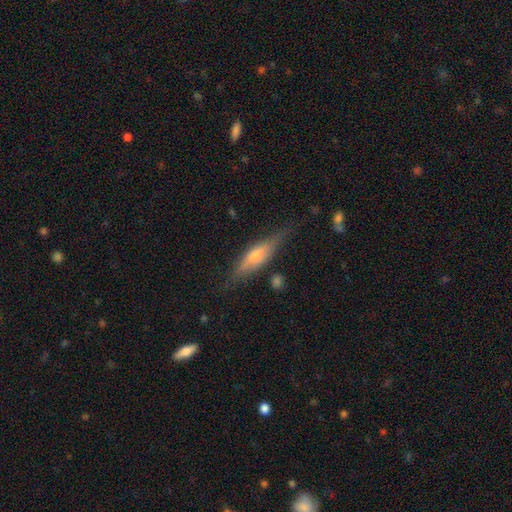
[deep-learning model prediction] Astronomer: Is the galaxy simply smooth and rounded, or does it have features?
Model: featured or disk — 56% (runner-up: smooth, 36%).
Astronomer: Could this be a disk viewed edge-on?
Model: yes — 90%.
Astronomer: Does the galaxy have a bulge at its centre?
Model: rounded — 80%.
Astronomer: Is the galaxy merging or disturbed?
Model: none — 76%.